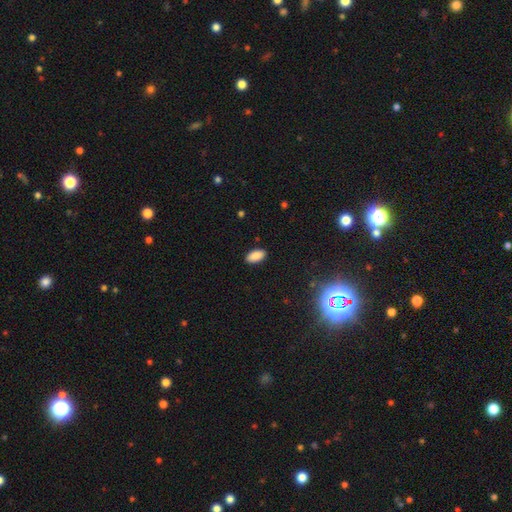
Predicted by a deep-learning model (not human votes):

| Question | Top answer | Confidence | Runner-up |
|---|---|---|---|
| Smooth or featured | smooth | 88% | star or artifact (8%) |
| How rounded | in between | 93% | cigar-shaped (4%) |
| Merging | none | 89% | minor disturbance (8%) |